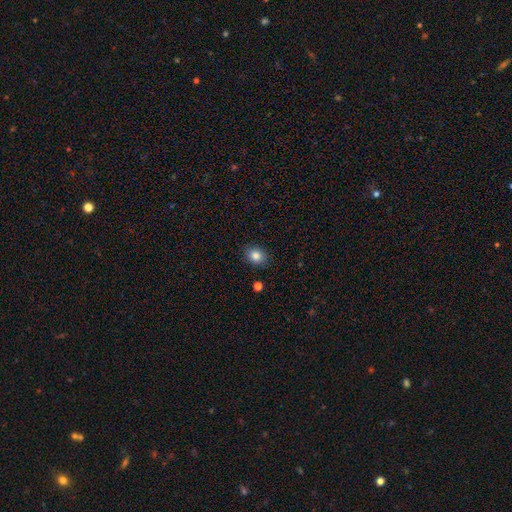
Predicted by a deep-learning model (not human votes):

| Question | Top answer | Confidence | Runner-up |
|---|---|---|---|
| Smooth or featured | smooth | 85% | star or artifact (10%) |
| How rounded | round | 50% | in between (49%) |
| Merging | none | 88% | minor disturbance (9%) |